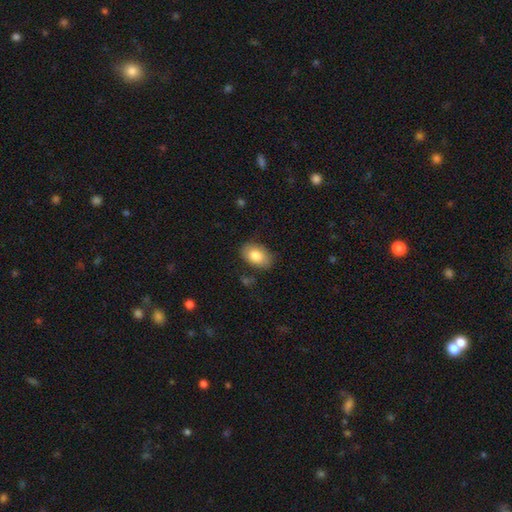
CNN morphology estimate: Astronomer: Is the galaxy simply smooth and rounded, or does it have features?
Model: smooth — 84%.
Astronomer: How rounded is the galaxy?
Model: in between — 88%.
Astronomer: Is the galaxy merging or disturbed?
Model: none — 81%.